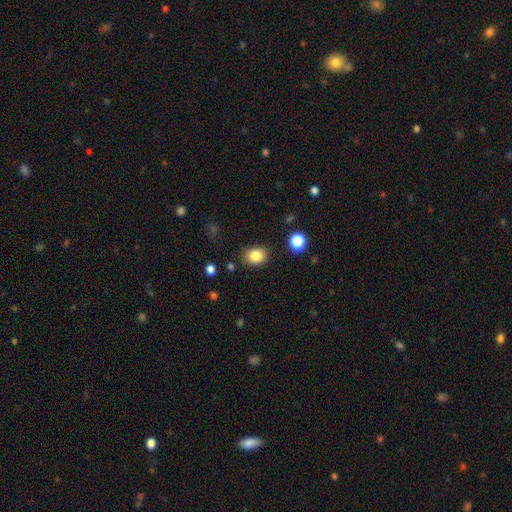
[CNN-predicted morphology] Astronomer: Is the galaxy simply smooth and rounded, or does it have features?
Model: smooth — 84%.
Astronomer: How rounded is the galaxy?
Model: in between — 53% (runner-up: round, 46%).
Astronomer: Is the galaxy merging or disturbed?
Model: none — 84%.